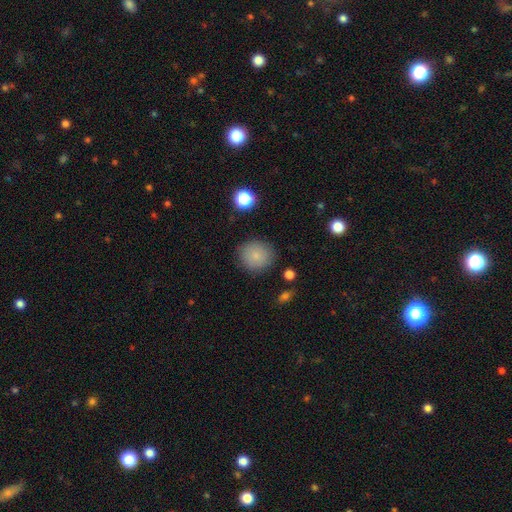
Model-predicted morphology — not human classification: smooth 83%, star or artifact 10%, featured or disk 7%. Down the decision tree: how rounded — round (86%); merging — none (84%).